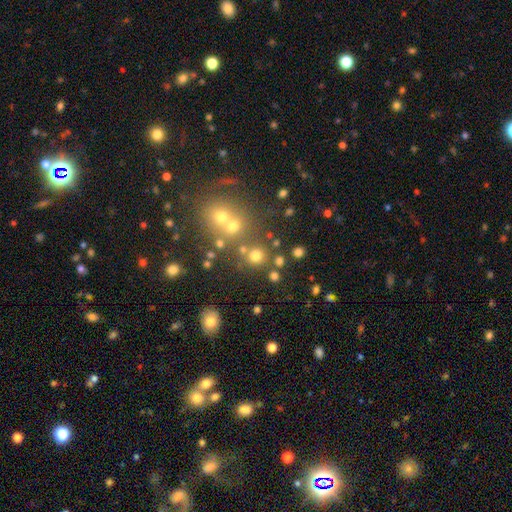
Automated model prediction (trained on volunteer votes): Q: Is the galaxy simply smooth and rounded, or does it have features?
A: smooth — 72%.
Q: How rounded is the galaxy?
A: round — 90%.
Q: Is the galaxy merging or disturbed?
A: none — 71%.